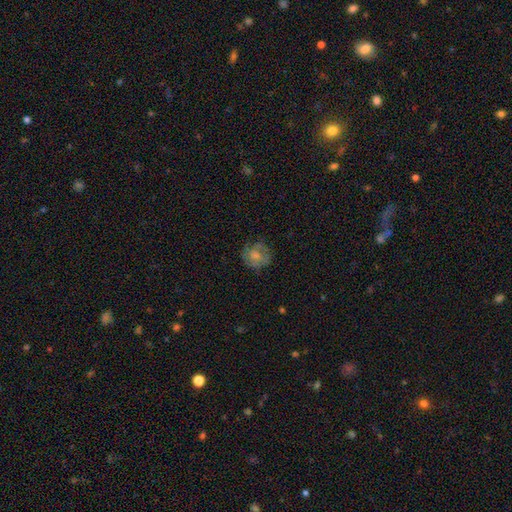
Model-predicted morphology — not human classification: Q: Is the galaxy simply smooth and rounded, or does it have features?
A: smooth — 55%.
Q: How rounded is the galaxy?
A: round — 80%.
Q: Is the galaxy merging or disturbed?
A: none — 67%.